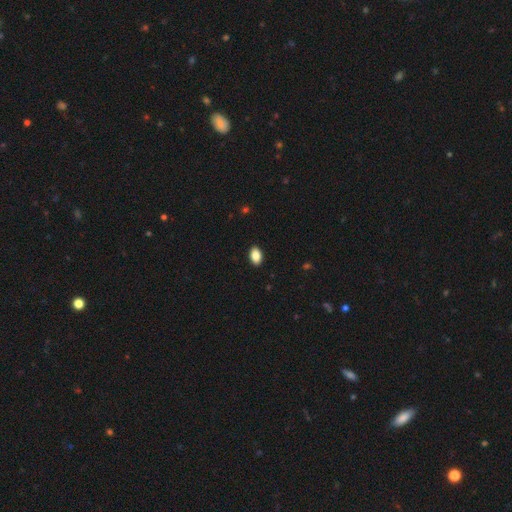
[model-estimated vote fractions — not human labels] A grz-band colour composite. It shows a smooth galaxy with no disk features (88%) that is in between round and cigar-shaped (91%). Merging: none (91%).